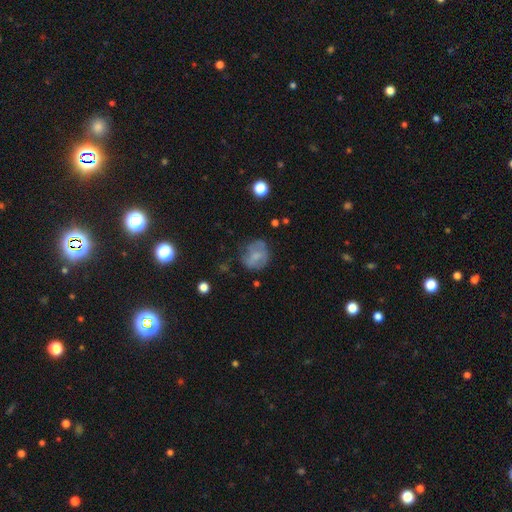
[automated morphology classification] Q: Smooth or featured?
A: smooth (58%); runner-up: featured or disk (32%)
Q: How rounded?
A: round (64%); runner-up: in between (35%)
Q: Merging?
A: none (57%); runner-up: minor disturbance (26%)